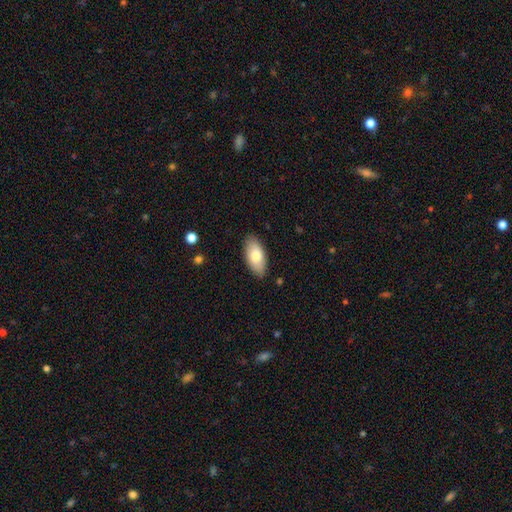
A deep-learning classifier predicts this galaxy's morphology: smooth 78%, featured or disk 16%, star or artifact 6%. Down the decision tree: how rounded — in between (93%); merging — none (86%).